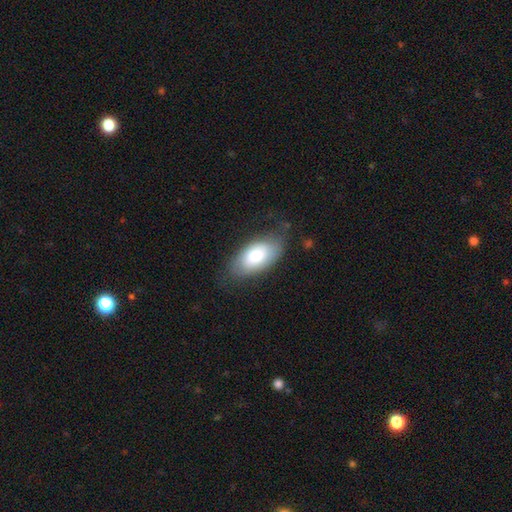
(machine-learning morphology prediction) smooth-or-featured: smooth: 75% | featured or disk: 19% | star or artifact: 6%
  how-rounded: in between: 93% | cigar-shaped: 3% | round: 3%
  merging: none: 69% | minor disturbance: 22% | major disturbance: 7% | merger: 1%